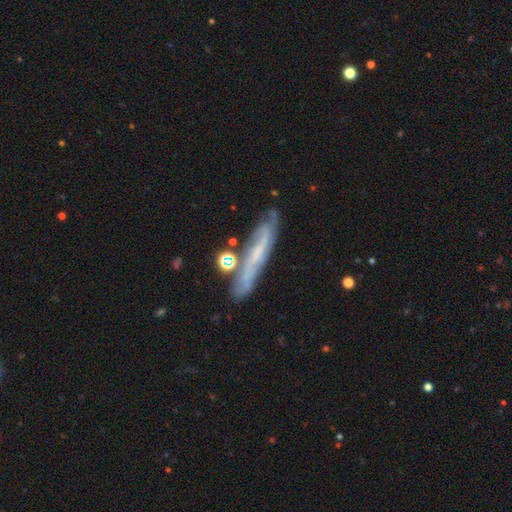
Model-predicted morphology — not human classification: A featured or disk galaxy (62%) viewed edge-on (60%). Merging: none (69%).